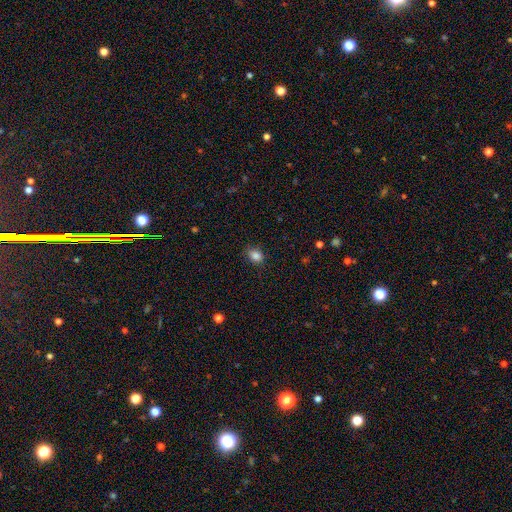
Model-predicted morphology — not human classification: This appears to be a smooth galaxy with no disk features (85%) that is in between round and cigar-shaped (66%). Merging: none (81%).